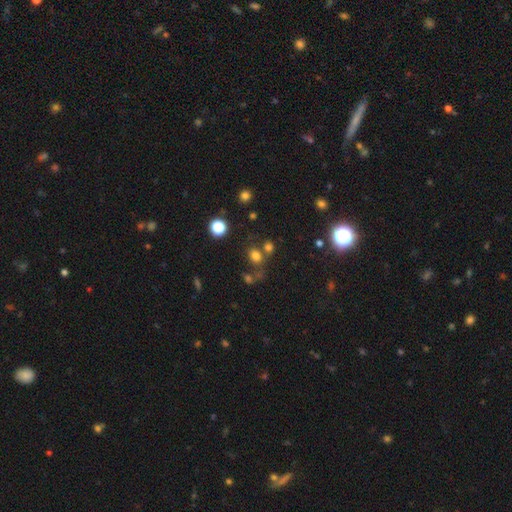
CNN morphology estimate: Smooth or featured?
  - smooth: 72% *
  - star or artifact: 21%
  - featured or disk: 8%
How rounded?
  - round: 63% *
  - in between: 36%
  - cigar-shaped: 1%
Merging?
  - none: 62% *
  - merger: 20%
  - minor disturbance: 12%
  - major disturbance: 6%